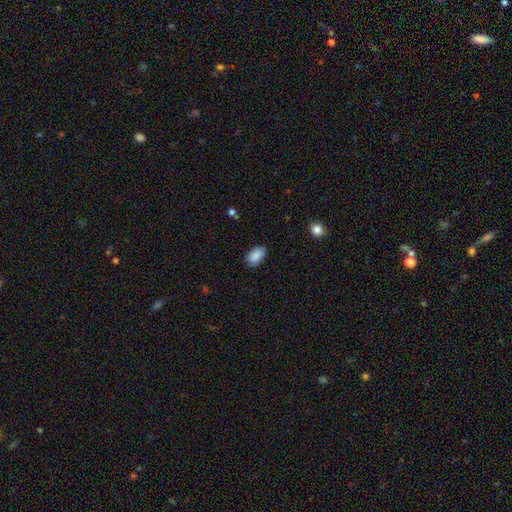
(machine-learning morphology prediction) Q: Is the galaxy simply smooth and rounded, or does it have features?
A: smooth — 89%.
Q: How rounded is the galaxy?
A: in between — 93%.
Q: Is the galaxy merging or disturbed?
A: none — 83%.